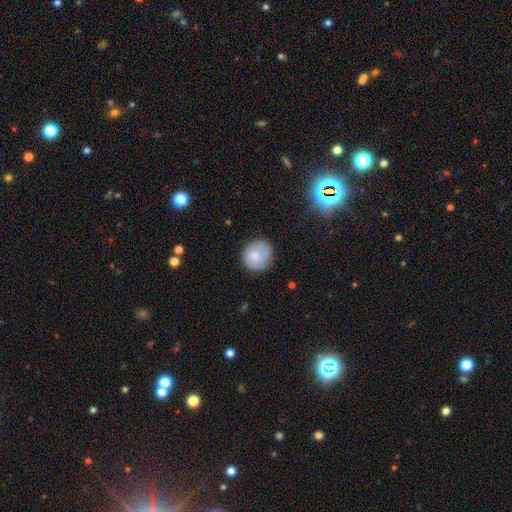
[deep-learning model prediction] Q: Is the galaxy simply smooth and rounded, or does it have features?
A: smooth — 76%.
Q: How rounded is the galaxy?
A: round — 82%.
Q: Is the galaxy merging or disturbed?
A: none — 78%.